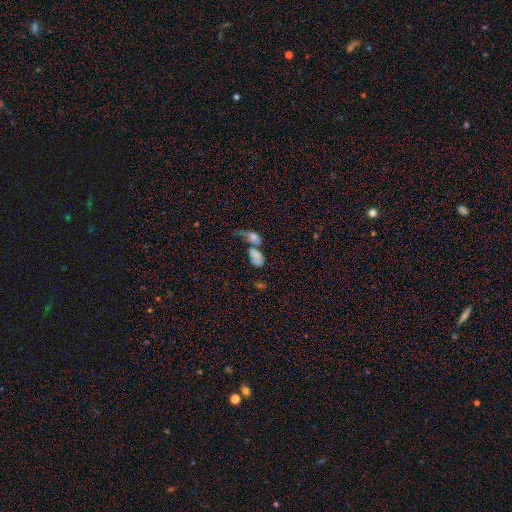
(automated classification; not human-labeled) Smooth or featured? smooth (68%)
How rounded? in between (85%)
Merging? merger (56%)